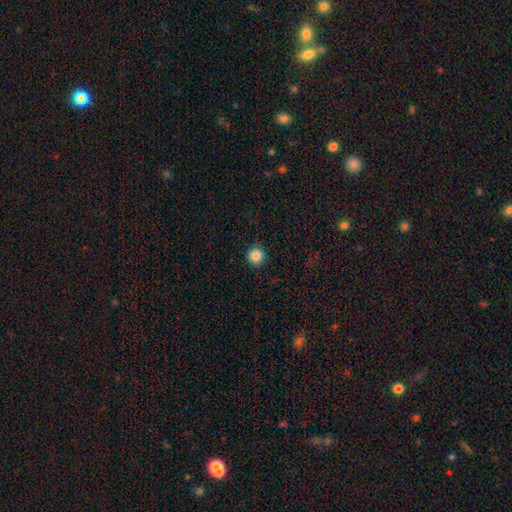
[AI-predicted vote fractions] Smooth or featured? smooth (86%)
How rounded? round (95%)
Merging? none (89%)